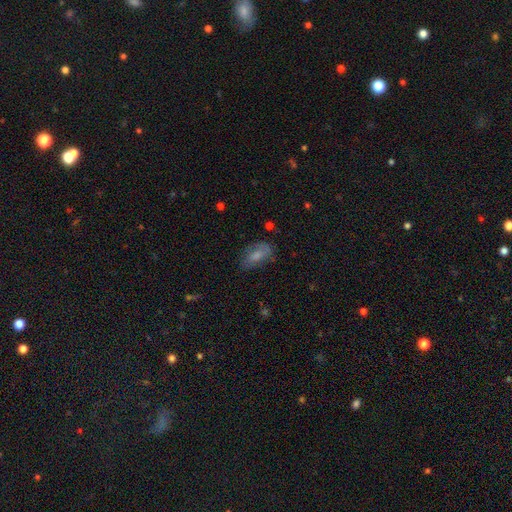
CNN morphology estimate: type=smooth (46%); merging=none (66%).